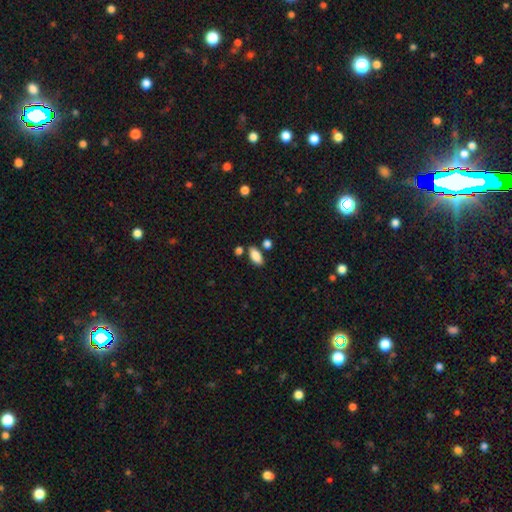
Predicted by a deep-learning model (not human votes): Smooth or featured? smooth (87%)
How rounded? in between (90%)
Merging? none (77%)